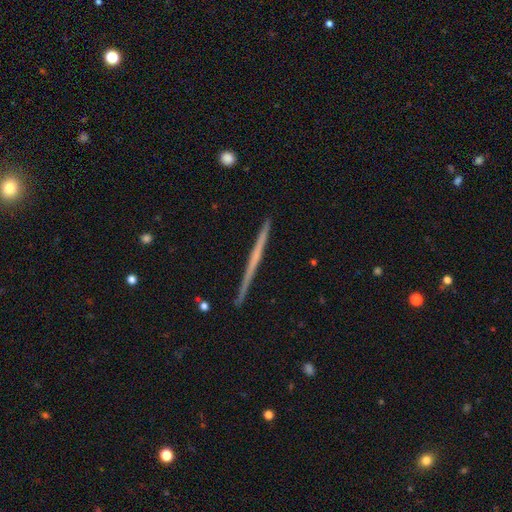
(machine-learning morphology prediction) Smooth or featured?
  - featured or disk: 64% *
  - smooth: 31%
  - star or artifact: 5%
Edge-on disk?
  - yes: 98% *
  - no: 2%
Edge-on bulge?
  - none: 87% *
  - rounded: 9%
  - boxy: 4%
Merging?
  - none: 93% *
  - minor disturbance: 5%
  - merger: 1%
  - major disturbance: 1%